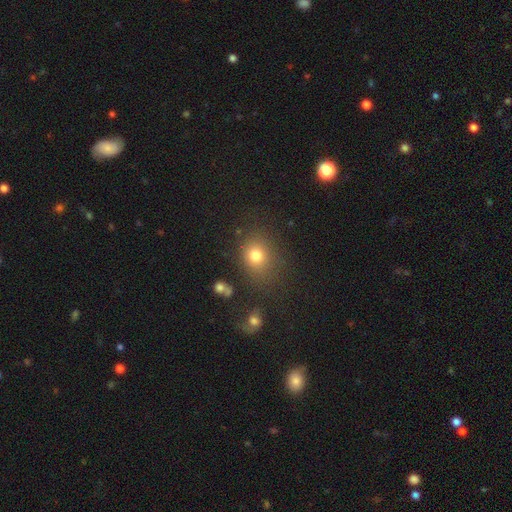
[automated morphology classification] This appears to be a smooth galaxy with no disk features (77%) that is round (67%). Merging: none (76%).